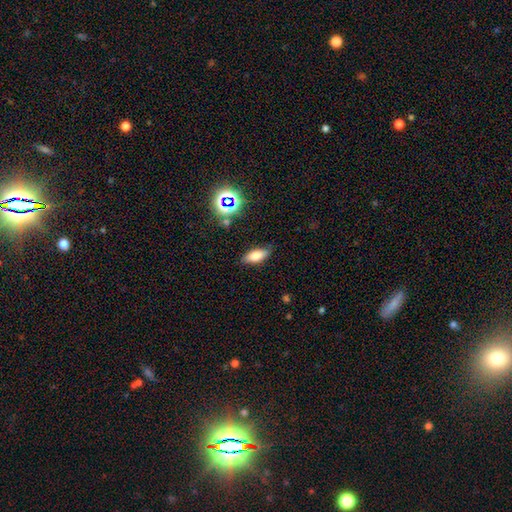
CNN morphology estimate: Q: Smooth or featured?
A: smooth (72%); runner-up: featured or disk (15%)
Q: How rounded?
A: in between (78%); runner-up: cigar-shaped (18%)
Q: Merging?
A: none (82%); runner-up: minor disturbance (13%)